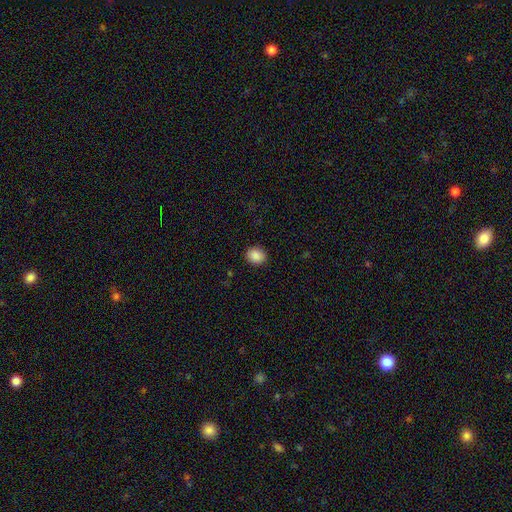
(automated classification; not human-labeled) A smooth galaxy with no disk features (88%) that is round (72%). Merging: none (90%).